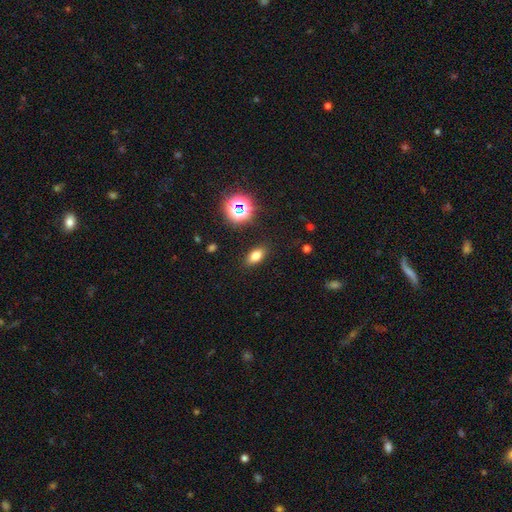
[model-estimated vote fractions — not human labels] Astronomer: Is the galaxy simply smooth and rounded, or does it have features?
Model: smooth — 74%.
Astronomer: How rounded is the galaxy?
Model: in between — 83%.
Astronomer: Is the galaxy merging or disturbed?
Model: none — 88%.